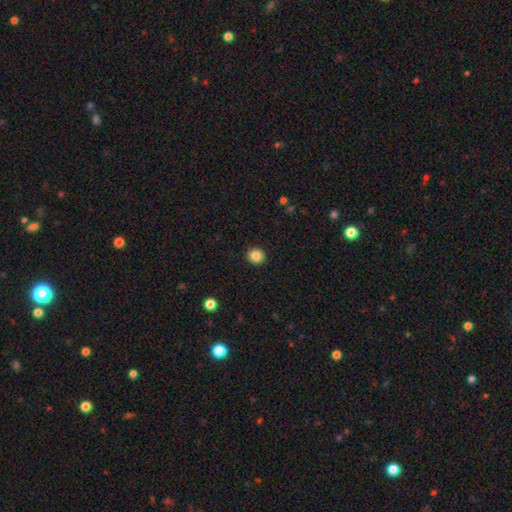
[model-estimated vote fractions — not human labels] This is clearly a smooth galaxy (85%). How rounded: clearly round (89%). Merging: clearly none (92%).